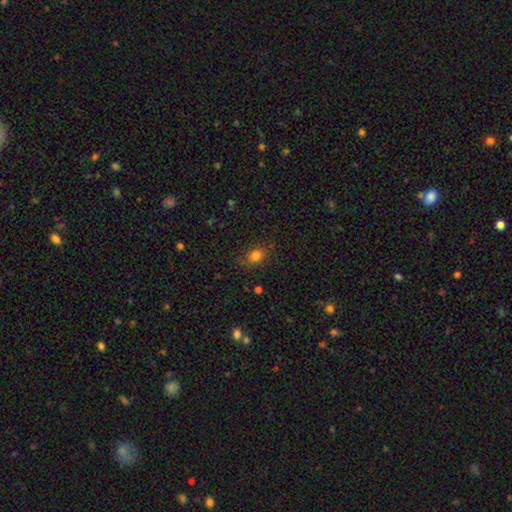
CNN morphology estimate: The model was most divided on "how rounded": in between: 50%, round: 48%, cigar-shaped: 1%. More confident: smooth or featured — smooth (80%); merging — none (79%).